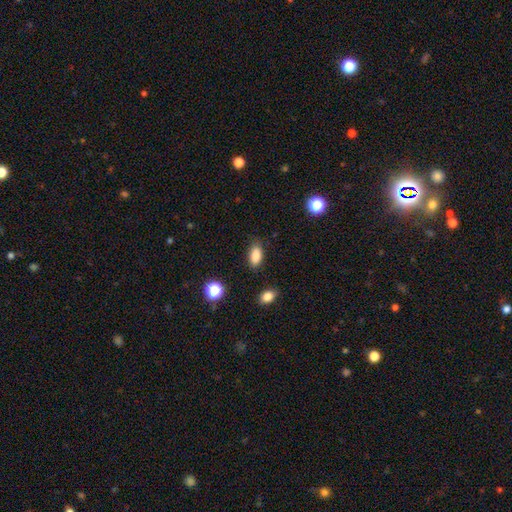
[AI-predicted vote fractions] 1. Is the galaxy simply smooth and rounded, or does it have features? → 86% smooth, 9% star or artifact, 5% featured or disk.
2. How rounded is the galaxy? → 89% in between, 6% round, 4% cigar-shaped.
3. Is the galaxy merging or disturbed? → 83% none, 12% minor disturbance, 3% major disturbance, 2% merger.